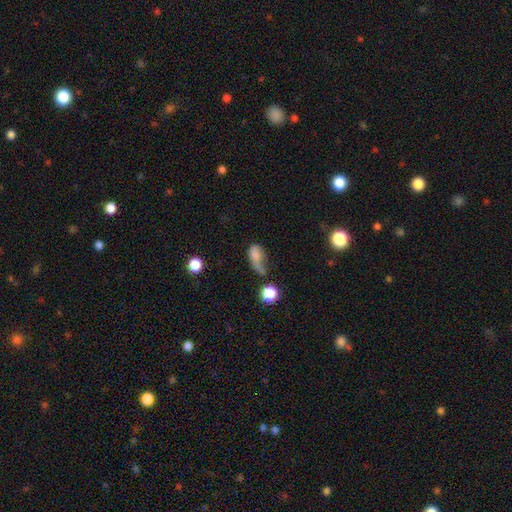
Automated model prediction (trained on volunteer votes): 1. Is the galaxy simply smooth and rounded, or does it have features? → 68% smooth, 19% featured or disk, 14% star or artifact.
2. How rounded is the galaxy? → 78% in between, 14% round, 7% cigar-shaped.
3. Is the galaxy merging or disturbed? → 37% major disturbance, 24% minor disturbance, 22% none, 17% merger.